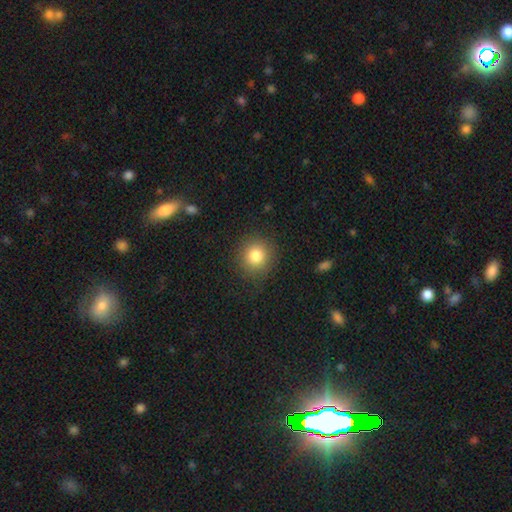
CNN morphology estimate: Smooth or featured? smooth (82%)
How rounded? round (89%)
Merging? none (86%)